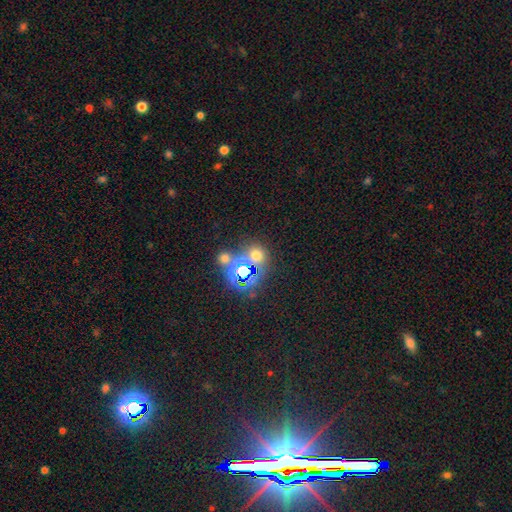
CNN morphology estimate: A smooth galaxy with no disk features (48%).

Vote fractions:
- Smooth or featured? smooth: 48% / star or artifact: 44% / featured or disk: 8%
- Merging? none: 69% / merger: 18% / minor disturbance: 8% / major disturbance: 5%